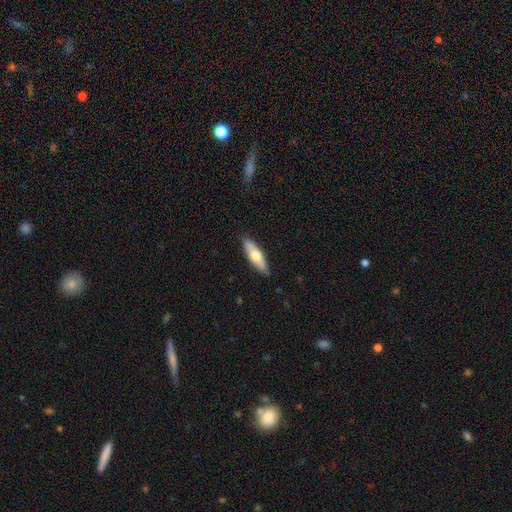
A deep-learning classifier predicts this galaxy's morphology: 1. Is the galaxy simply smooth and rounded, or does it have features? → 59% smooth, 36% featured or disk, 5% star or artifact.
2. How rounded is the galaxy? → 54% cigar-shaped, 44% in between, 2% round.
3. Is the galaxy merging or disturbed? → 87% none, 10% minor disturbance, 2% major disturbance, 1% merger.